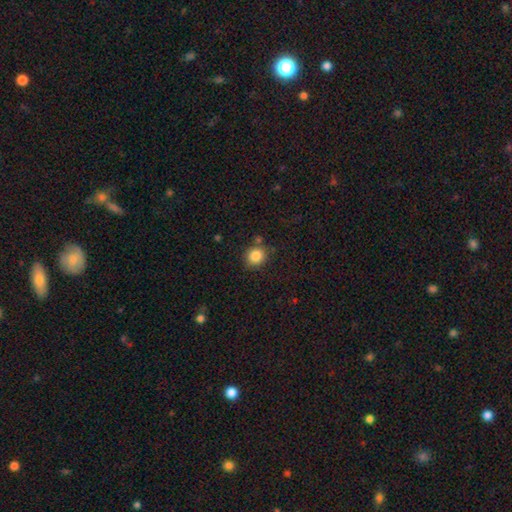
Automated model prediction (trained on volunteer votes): This appears to be a smooth galaxy with no disk features (84%) that is round (82%). Merging: none (80%).